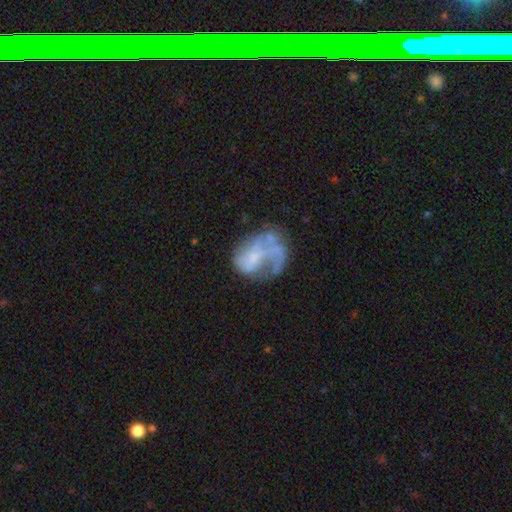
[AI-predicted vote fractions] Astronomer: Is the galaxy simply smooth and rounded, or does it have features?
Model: featured or disk — 67%.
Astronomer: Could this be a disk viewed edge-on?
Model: no — 98%.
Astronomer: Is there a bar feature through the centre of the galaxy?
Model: no — 70%.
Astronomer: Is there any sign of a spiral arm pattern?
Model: yes — 59% (runner-up: no, 41%).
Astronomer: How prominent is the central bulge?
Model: none — 46% (runner-up: small, 34%).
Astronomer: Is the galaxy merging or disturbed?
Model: major disturbance — 38% (runner-up: none, 34%).